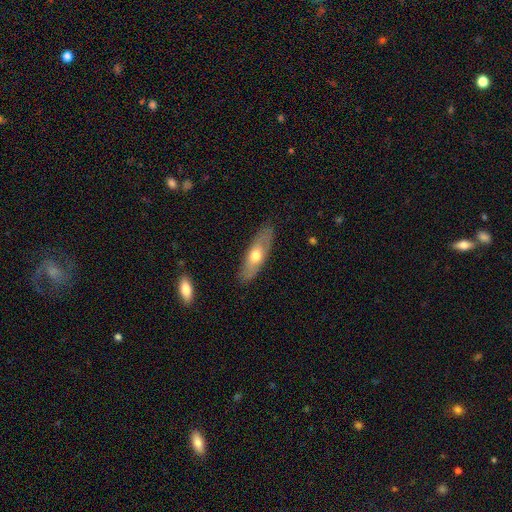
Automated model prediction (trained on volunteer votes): smooth-or-featured: smooth: 53% | featured or disk: 41% | star or artifact: 6%
  how-rounded: in between: 55% | cigar-shaped: 42% | round: 3%
  merging: none: 83% | minor disturbance: 13% | major disturbance: 3% | merger: 1%